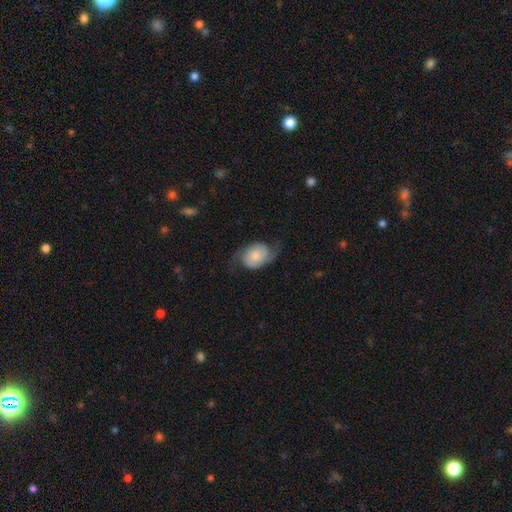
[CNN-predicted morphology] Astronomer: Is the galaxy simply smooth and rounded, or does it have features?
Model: featured or disk — 63%.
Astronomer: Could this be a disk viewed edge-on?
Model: no — 96%.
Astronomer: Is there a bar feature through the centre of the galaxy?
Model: no — 73%.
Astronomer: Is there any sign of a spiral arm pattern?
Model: yes — 92%.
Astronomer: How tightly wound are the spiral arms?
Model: loose — 52% (runner-up: medium, 34%).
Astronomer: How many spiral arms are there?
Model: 2 — 90%.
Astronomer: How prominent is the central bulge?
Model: small — 35% (runner-up: moderate, 32%).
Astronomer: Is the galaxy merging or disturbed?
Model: none — 62%.